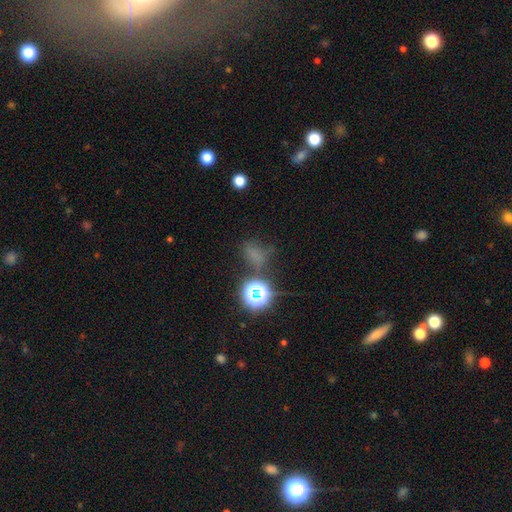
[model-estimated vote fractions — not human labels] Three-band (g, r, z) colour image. It shows a smooth galaxy with no disk features (49%). Merging: none (52%).